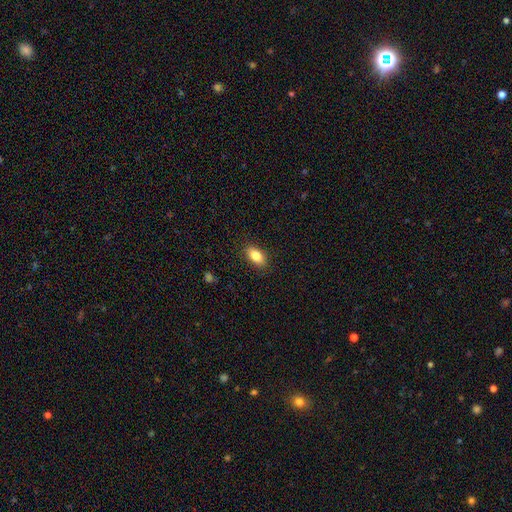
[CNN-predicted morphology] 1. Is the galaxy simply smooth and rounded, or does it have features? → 84% smooth, 9% featured or disk, 8% star or artifact.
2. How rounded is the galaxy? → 90% in between, 5% cigar-shaped, 5% round.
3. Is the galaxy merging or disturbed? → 88% none, 9% minor disturbance, 2% major disturbance, 1% merger.